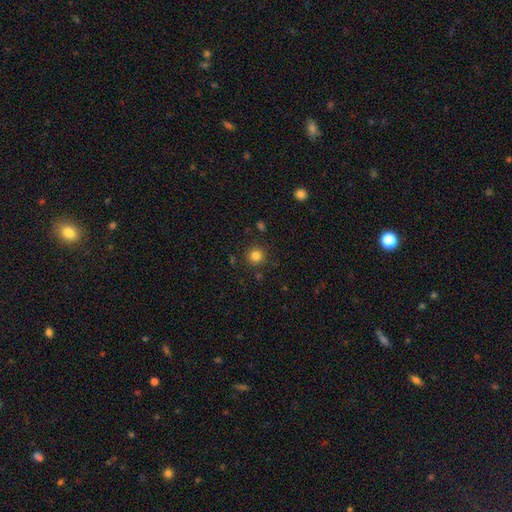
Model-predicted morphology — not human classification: A smooth galaxy with no disk features (82%) that is round (94%).

Vote fractions:
- Smooth or featured? smooth: 82% / star or artifact: 13% / featured or disk: 5%
- How rounded? round: 94% / in between: 5% / cigar-shaped: 1%
- Merging? none: 88% / minor disturbance: 7% / major disturbance: 3% / merger: 2%